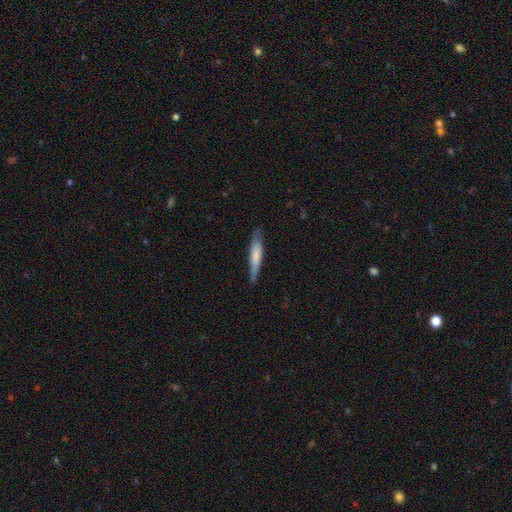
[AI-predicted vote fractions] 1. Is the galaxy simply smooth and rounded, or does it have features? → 66% smooth, 29% featured or disk, 5% star or artifact.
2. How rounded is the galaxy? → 88% cigar-shaped, 11% in between, 1% round.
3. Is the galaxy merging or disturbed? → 76% none, 19% minor disturbance, 4% major disturbance, 1% merger.